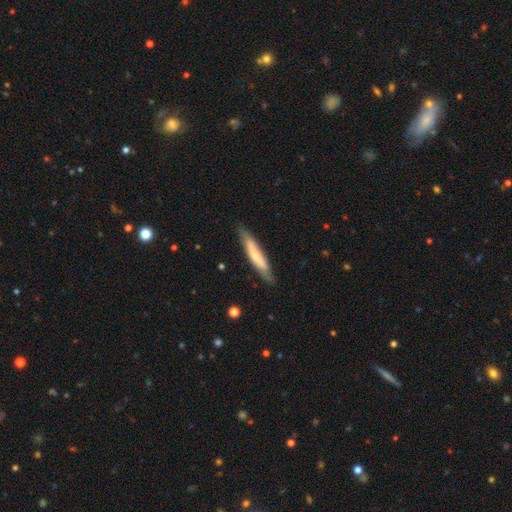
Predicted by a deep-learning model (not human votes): Smooth or featured? smooth (53%)
How rounded? cigar-shaped (88%)
Merging? none (81%)